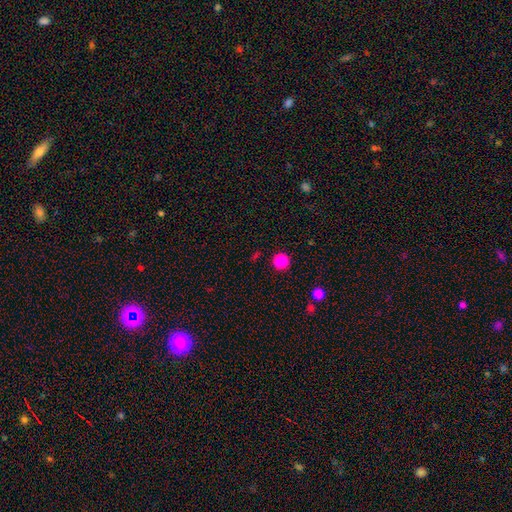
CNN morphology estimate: Q: Smooth or featured?
A: smooth (68%); runner-up: star or artifact (28%)
Q: How rounded?
A: round (92%); runner-up: in between (7%)
Q: Merging?
A: none (90%); runner-up: minor disturbance (5%)